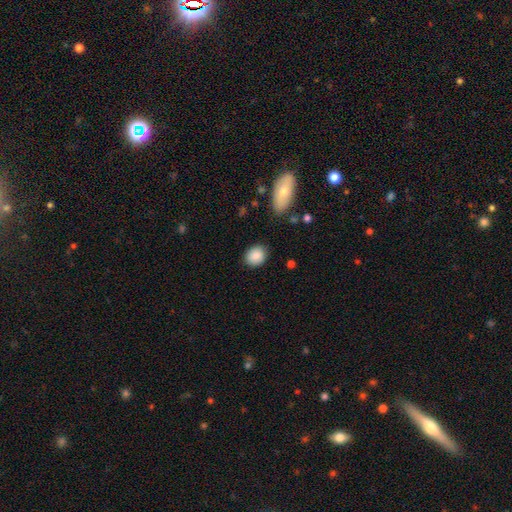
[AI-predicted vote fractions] Q: Smooth or featured?
A: smooth (87%); runner-up: star or artifact (8%)
Q: How rounded?
A: round (60%); runner-up: in between (39%)
Q: Merging?
A: none (85%); runner-up: minor disturbance (11%)